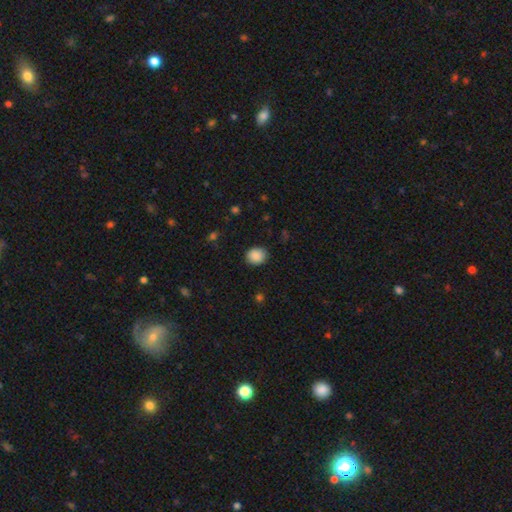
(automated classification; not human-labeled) Smooth or featured?
  - smooth: 89% *
  - star or artifact: 8%
  - featured or disk: 3%
How rounded?
  - round: 64% *
  - in between: 35%
  - cigar-shaped: 1%
Merging?
  - none: 87% *
  - minor disturbance: 10%
  - major disturbance: 3%
  - merger: 1%